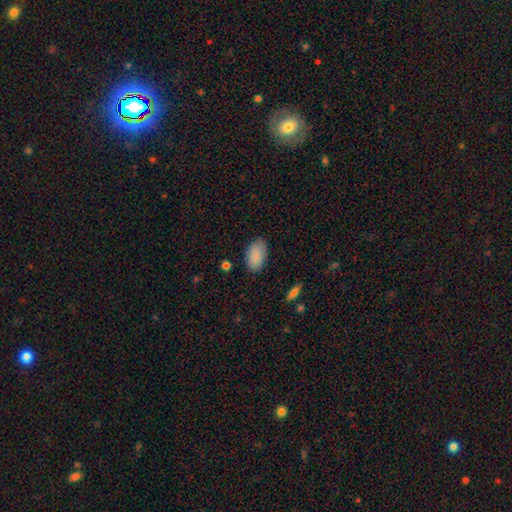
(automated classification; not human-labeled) Morphology: type=smooth (88%); roundness=in between (94%); merging=none (83%).